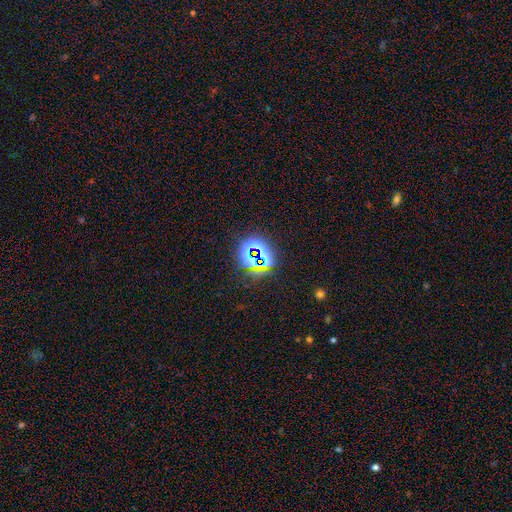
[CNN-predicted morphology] This is likely a star or artifact rather than a galaxy (76%).